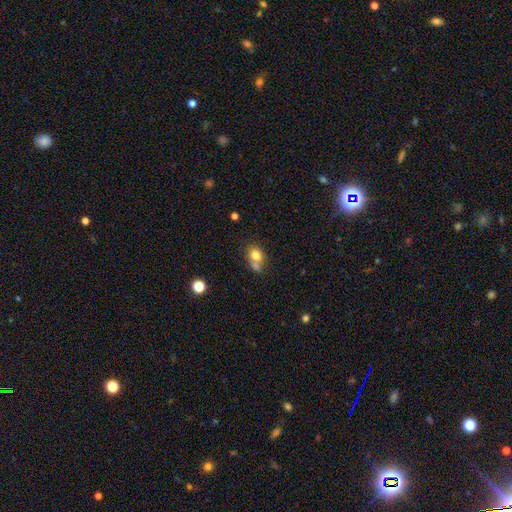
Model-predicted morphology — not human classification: A smooth galaxy with no disk features (76%) that is in between round and cigar-shaped (51%). Merging: none (39%).